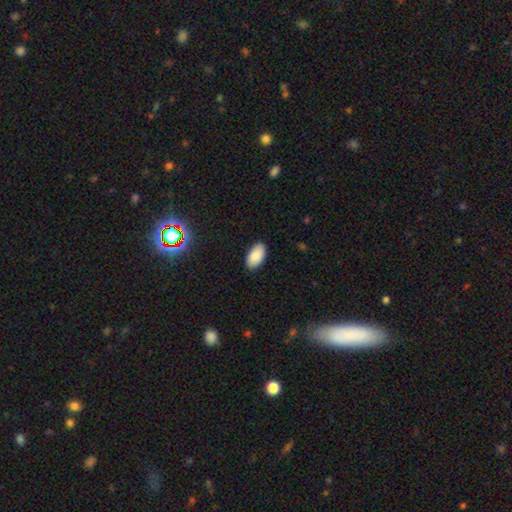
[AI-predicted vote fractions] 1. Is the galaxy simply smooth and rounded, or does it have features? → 88% smooth, 7% star or artifact, 5% featured or disk.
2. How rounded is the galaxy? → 96% in between, 3% round, 2% cigar-shaped.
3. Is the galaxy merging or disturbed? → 87% none, 10% minor disturbance, 2% major disturbance, 1% merger.